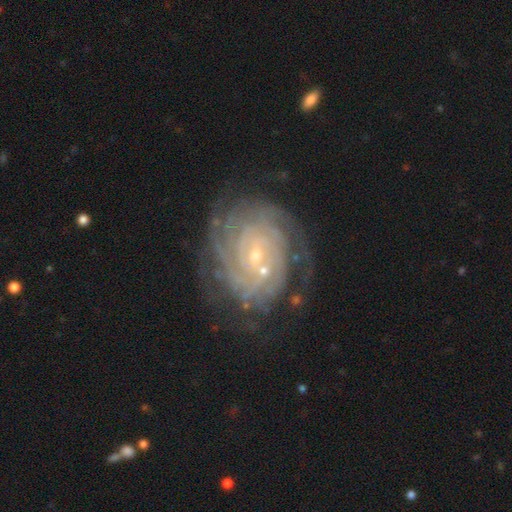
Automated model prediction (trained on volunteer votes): Smooth or featured: featured or disk — 88% (star or artifact — 6%)
Edge-on disk: no — 97% (yes — 3%)
Bar: no — 57% (weak — 34%)
Spiral arms: yes — 97% (no — 3%)
Spiral winding: tight — 83% (medium — 14%)
Spiral arm count: can't tell — 32% (4 — 20%)
Bulge size: small — 79% (moderate — 17%)
Merging: none — 71% (minor disturbance — 17%)